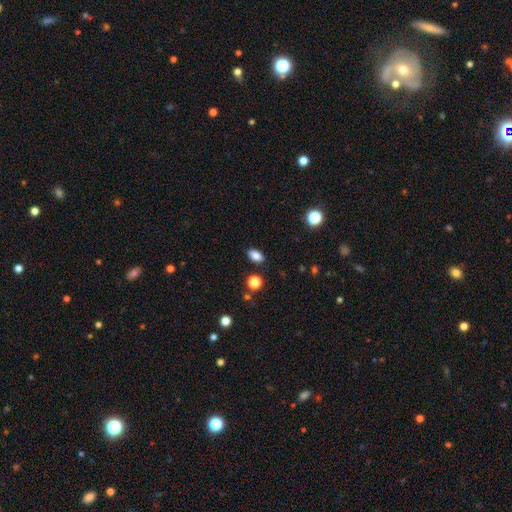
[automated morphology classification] The model was most divided on "smooth or featured": smooth: 84%, star or artifact: 11%, featured or disk: 5%. More confident: how rounded — in between (88%); merging — none (87%).